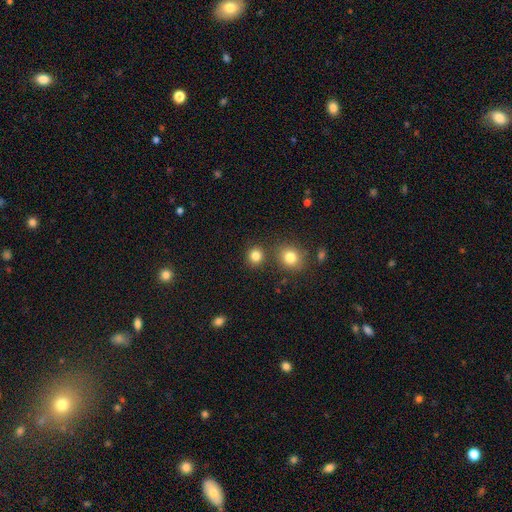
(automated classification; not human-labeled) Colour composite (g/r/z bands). It shows a smooth galaxy with no disk features (83%) that is round (85%). Merging: none (81%).